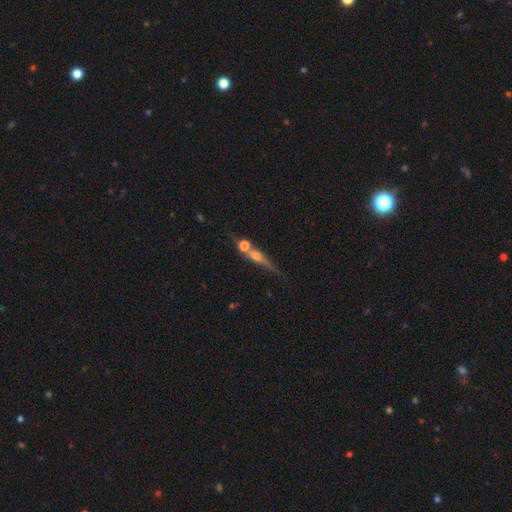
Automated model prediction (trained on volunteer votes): Overall: featured or disk (55%; smooth 34%). Edge-on disk: yes (83%). Merging: none (48%; merger 34%).